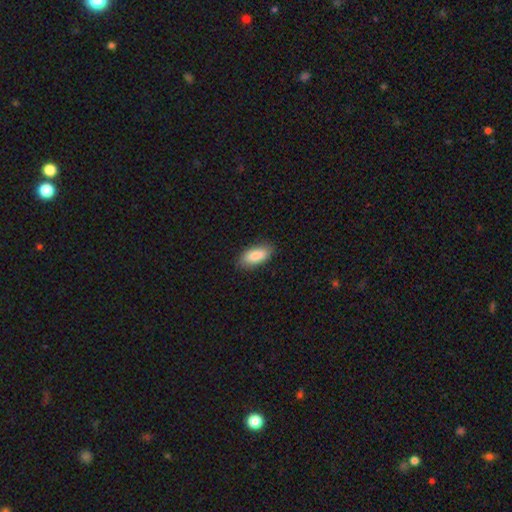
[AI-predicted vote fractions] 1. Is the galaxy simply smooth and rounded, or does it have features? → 86% smooth, 8% featured or disk, 6% star or artifact.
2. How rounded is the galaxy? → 88% in between, 10% cigar-shaped, 2% round.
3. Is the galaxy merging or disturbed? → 84% none, 13% minor disturbance, 2% major disturbance, 1% merger.